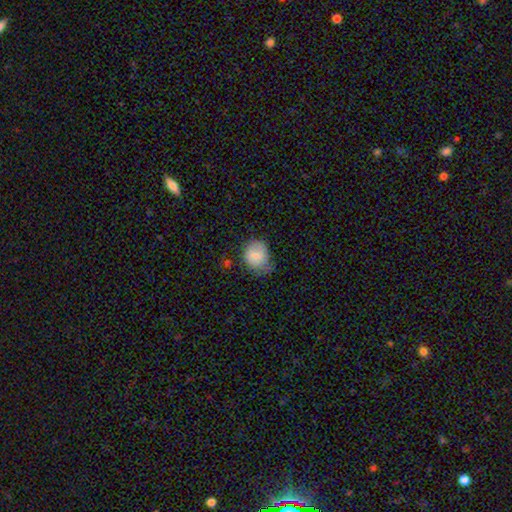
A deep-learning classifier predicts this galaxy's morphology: smooth_or_featured: smooth (p=0.75) [alt: featured or disk p=0.18]
how_rounded: round (p=0.63) [alt: in between p=0.36]
merging: none (p=0.43) [alt: minor disturbance p=0.40]